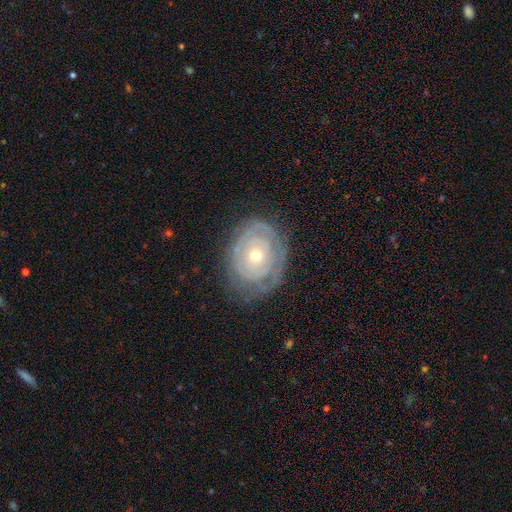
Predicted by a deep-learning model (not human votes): Smooth or featured: featured or disk — 72% (smooth — 22%)
Edge-on disk: no — 95% (yes — 5%)
Bar: no — 87% (weak — 10%)
Spiral arms: yes — 63% (no — 37%)
Bulge size: small — 55% (moderate — 41%)
Merging: none — 71% (minor disturbance — 19%)